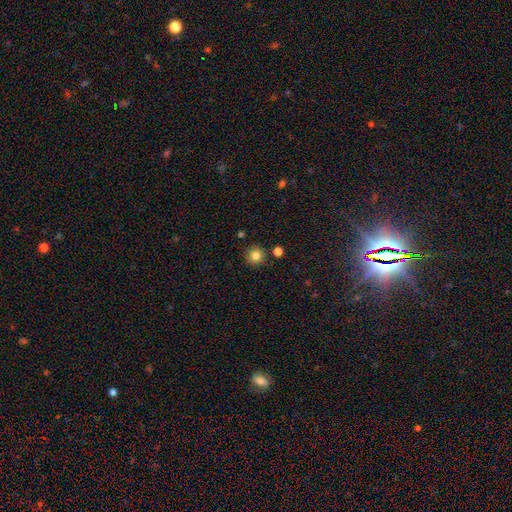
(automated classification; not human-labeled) Overall: smooth (82%). How rounded: round (95%). Merging: none (88%).